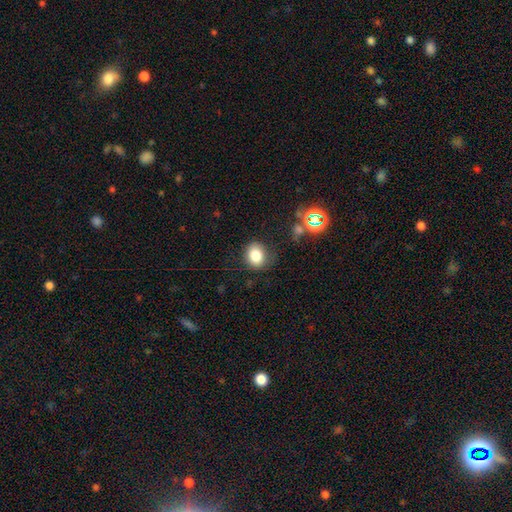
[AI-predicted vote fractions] Smooth or featured: smooth — 80% (star or artifact — 12%)
How rounded: round — 58% (in between — 41%)
Merging: none — 78% (minor disturbance — 15%)